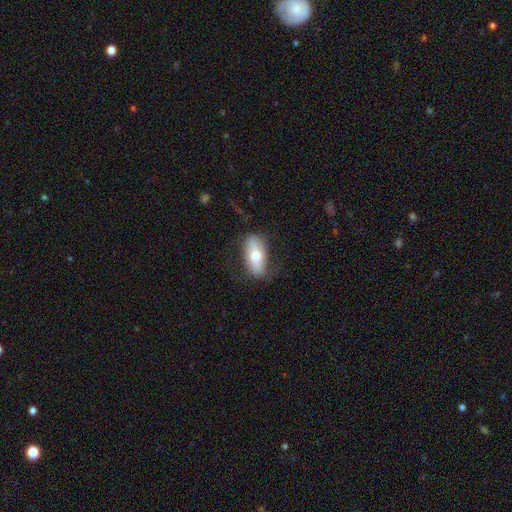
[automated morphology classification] type=smooth (62%); roundness=in between (89%); merging=none (73%).